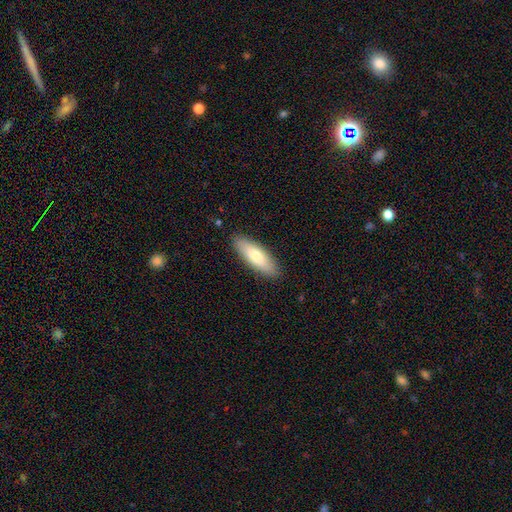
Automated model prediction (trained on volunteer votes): Smooth or featured? smooth (73%)
How rounded? in between (54%)
Merging? none (89%)